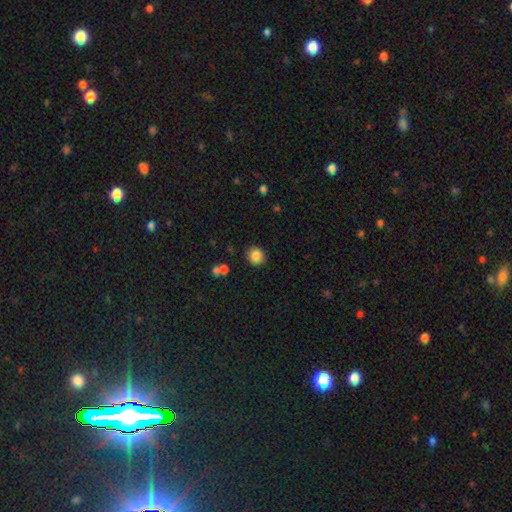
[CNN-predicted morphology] A smooth galaxy with no disk features (86%) that is round (88%).

Vote fractions:
- Smooth or featured? smooth: 86% / star or artifact: 10% / featured or disk: 4%
- How rounded? round: 88% / in between: 11% / cigar-shaped: 1%
- Merging? none: 89% / minor disturbance: 6% / merger: 3% / major disturbance: 2%